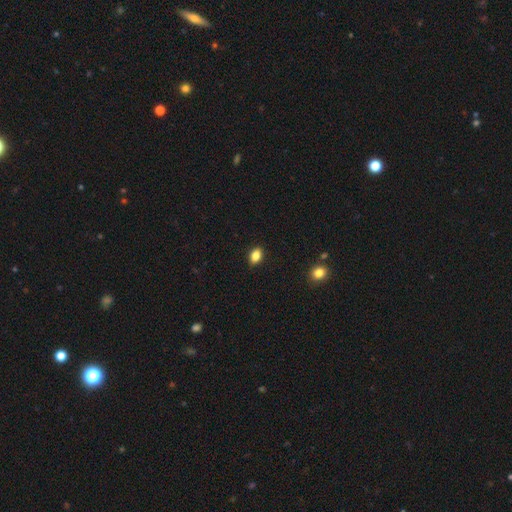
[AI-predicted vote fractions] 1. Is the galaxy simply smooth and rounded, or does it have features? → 85% smooth, 10% star or artifact, 5% featured or disk.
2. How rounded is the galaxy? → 80% in between, 19% round, 2% cigar-shaped.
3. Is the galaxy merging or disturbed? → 88% none, 9% minor disturbance, 2% major disturbance, 1% merger.